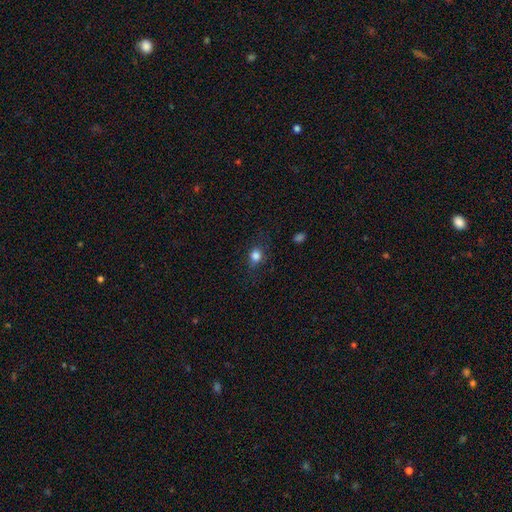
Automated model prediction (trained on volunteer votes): The model was most divided on "how rounded": round: 68%, in between: 31%, cigar-shaped: 1%. More confident: smooth or featured — smooth (82%); merging — none (77%).